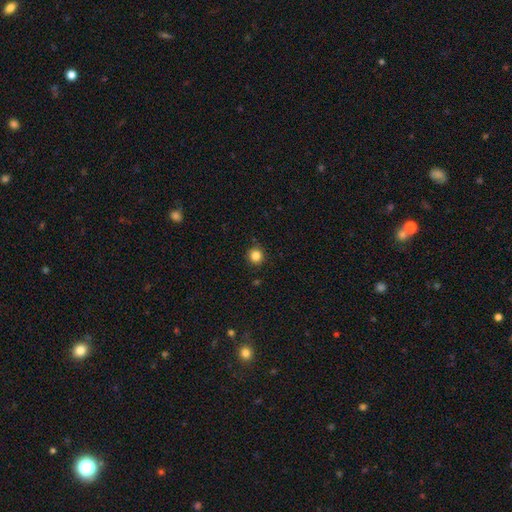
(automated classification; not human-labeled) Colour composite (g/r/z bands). It shows a smooth galaxy with no disk features (84%) that is round (93%). Merging: none (91%).